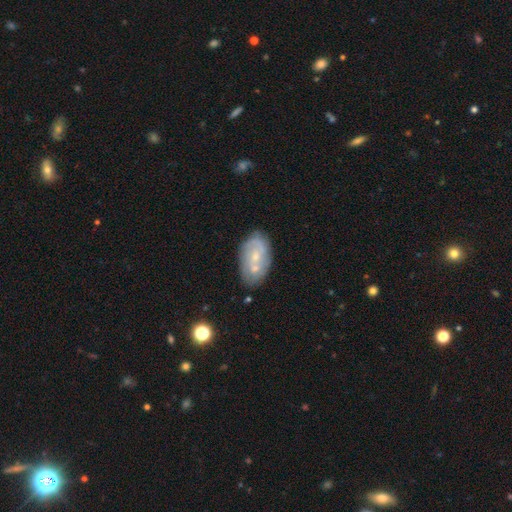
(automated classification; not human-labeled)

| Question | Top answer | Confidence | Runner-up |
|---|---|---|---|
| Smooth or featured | featured or disk | 61% | smooth (33%) |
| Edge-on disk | no | 95% | yes (5%) |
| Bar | no | 68% | weak (27%) |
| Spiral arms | yes | 64% | no (36%) |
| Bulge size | small | 63% | moderate (30%) |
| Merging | none | 56% | merger (19%) |